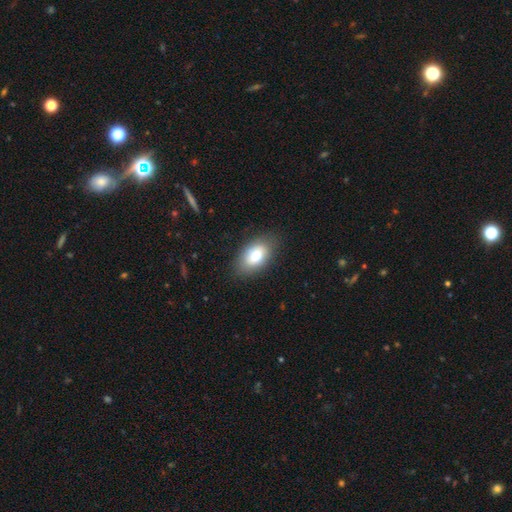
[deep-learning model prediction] This appears to be a smooth galaxy with no disk features (76%) that is in between round and cigar-shaped (90%). Merging: none (85%).